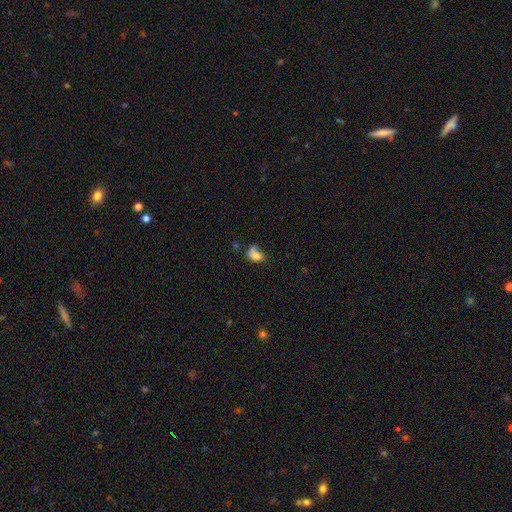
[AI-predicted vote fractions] smooth_or_featured: smooth (p=0.69) [alt: featured or disk p=0.20]
how_rounded: in between (p=0.75) [alt: round p=0.23]
merging: none (p=0.29) [alt: merger p=0.26]